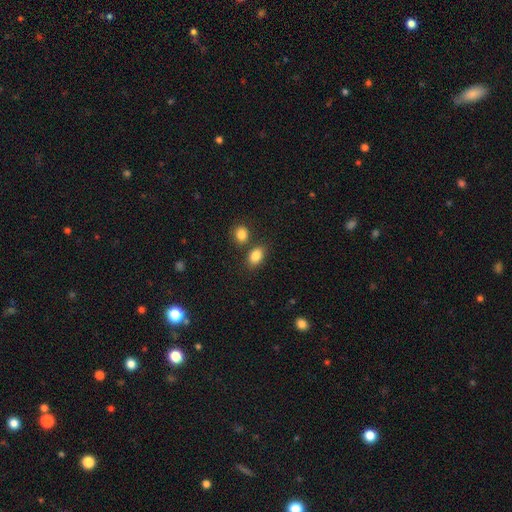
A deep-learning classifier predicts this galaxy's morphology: Overall: smooth (85%). How rounded: in between (78%). Merging: none (68%).